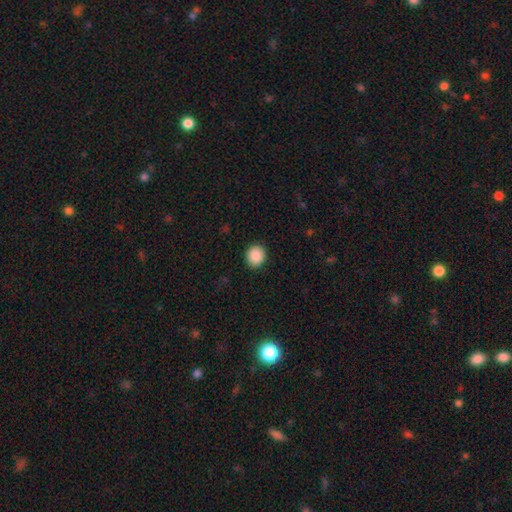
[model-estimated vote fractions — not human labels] Morphology: type=smooth (89%); roundness=round (77%); merging=none (91%).